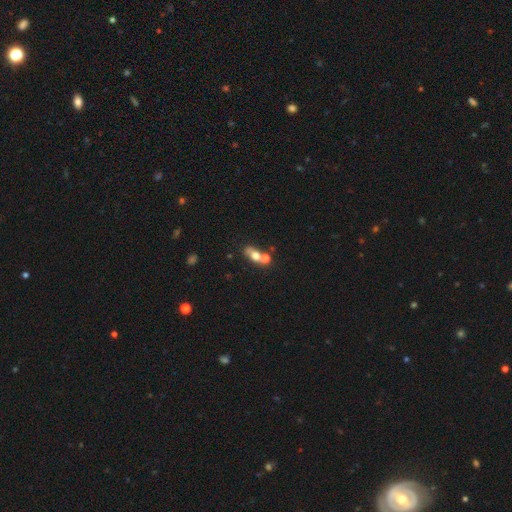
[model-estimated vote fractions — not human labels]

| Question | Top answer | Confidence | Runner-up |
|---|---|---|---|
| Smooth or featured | smooth | 65% | featured or disk (24%) |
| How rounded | in between | 64% | round (28%) |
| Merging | merger | 50% | none (34%) |